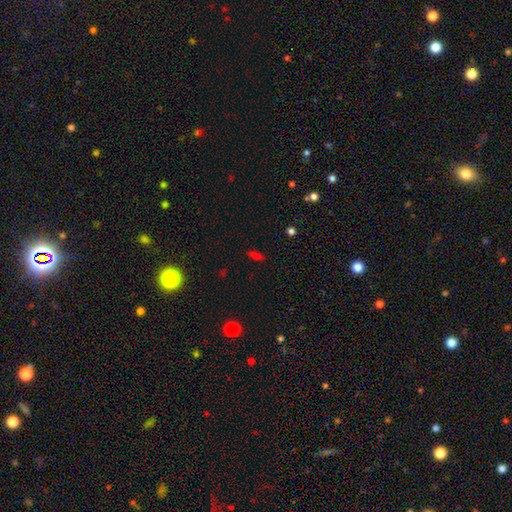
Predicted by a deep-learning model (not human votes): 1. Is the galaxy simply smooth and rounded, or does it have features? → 62% smooth, 26% star or artifact, 12% featured or disk.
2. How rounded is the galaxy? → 71% in between, 22% cigar-shaped, 7% round.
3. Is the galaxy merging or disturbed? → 83% none, 12% minor disturbance, 3% major disturbance, 2% merger.